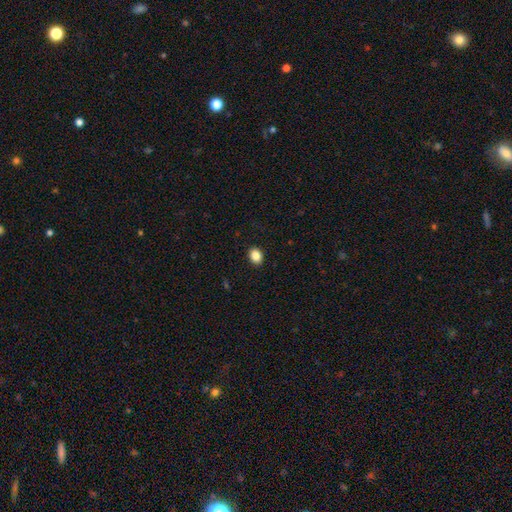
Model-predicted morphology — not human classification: type=smooth (86%); roundness=in between (58%); merging=none (91%).